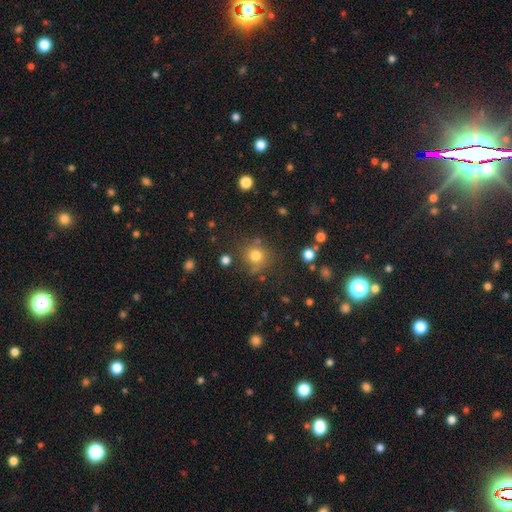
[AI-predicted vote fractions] Smooth or featured: smooth — 77% (star or artifact — 15%)
How rounded: round — 90% (in between — 9%)
Merging: none — 78% (minor disturbance — 12%)